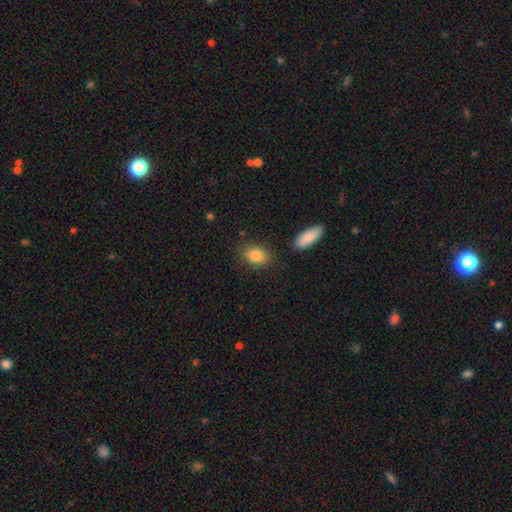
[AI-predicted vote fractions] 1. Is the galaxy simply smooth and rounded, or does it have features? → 86% smooth, 7% star or artifact, 6% featured or disk.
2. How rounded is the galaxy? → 79% in between, 19% round, 2% cigar-shaped.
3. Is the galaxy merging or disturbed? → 80% none, 12% minor disturbance, 4% merger, 3% major disturbance.